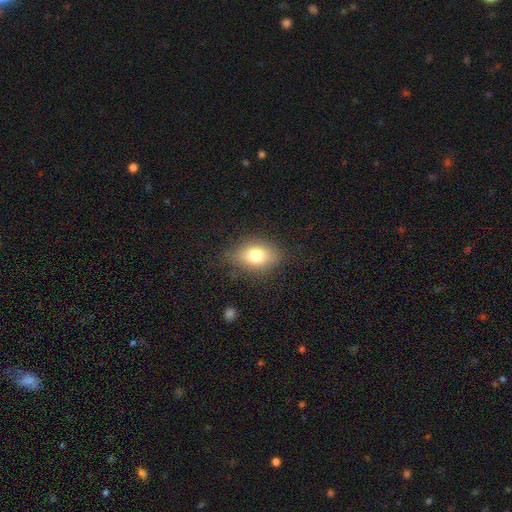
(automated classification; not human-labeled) Q: Smooth or featured?
A: smooth (77%); runner-up: featured or disk (13%)
Q: How rounded?
A: in between (80%); runner-up: round (18%)
Q: Merging?
A: none (79%); runner-up: minor disturbance (15%)